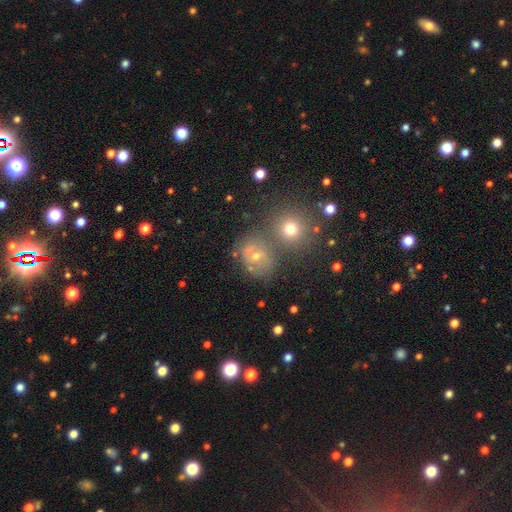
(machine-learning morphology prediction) smooth_or_featured: featured or disk (p=0.50) [alt: smooth p=0.26]
merging: none (p=0.65) [alt: minor disturbance p=0.14]